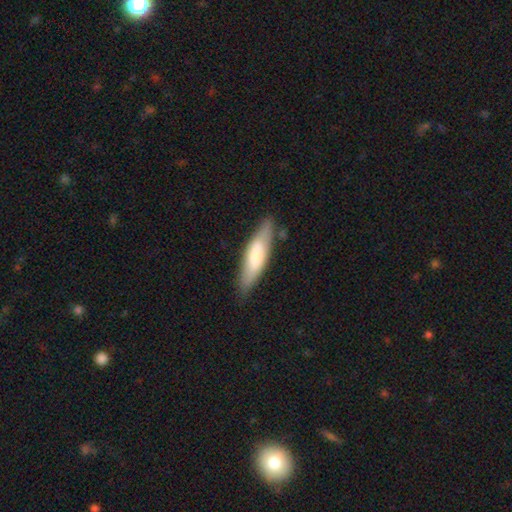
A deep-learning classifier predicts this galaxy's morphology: Smooth or featured? Predicted: smooth (p=0.66). How rounded? Predicted: cigar-shaped (p=0.67). Merging? Predicted: none (p=0.79).